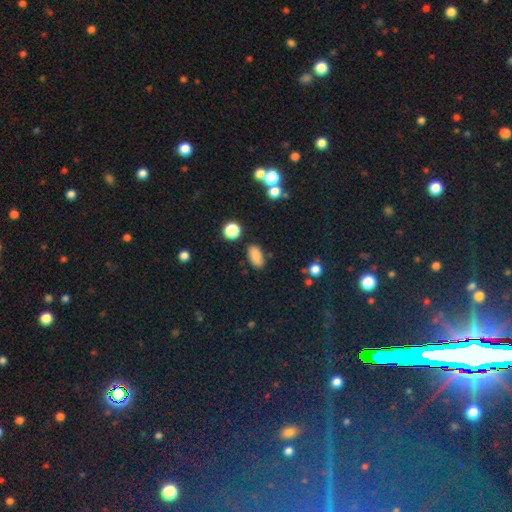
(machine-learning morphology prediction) A smooth galaxy with no disk features (84%) that is in between round and cigar-shaped (89%).

Vote fractions:
- Smooth or featured? smooth: 84% / star or artifact: 10% / featured or disk: 6%
- How rounded? in between: 89% / cigar-shaped: 6% / round: 5%
- Merging? none: 83% / minor disturbance: 11% / merger: 3% / major disturbance: 3%